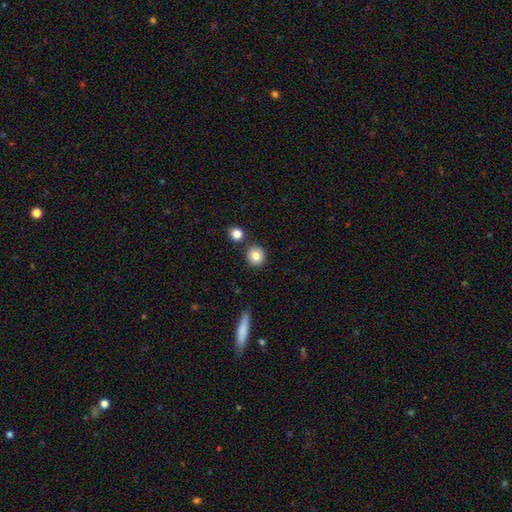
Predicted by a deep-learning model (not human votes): A smooth galaxy with no disk features (83%) that is round (87%). Merging: none (84%).